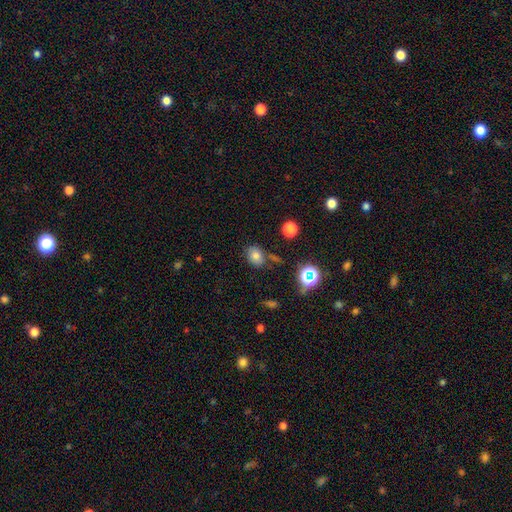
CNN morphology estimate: Smooth or featured? Predicted: smooth (p=0.74). How rounded? Predicted: in between (p=0.60). Merging? Predicted: none (p=0.70).